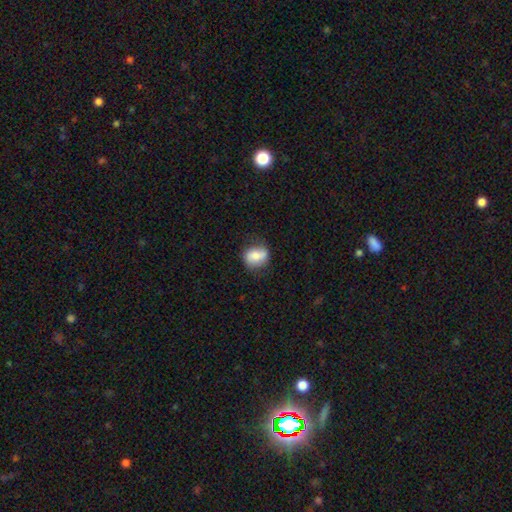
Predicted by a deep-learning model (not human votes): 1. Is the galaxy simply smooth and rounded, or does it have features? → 64% smooth, 28% featured or disk, 8% star or artifact.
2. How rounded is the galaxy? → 51% round, 47% in between, 2% cigar-shaped.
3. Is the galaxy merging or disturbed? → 66% none, 24% minor disturbance, 7% major disturbance, 3% merger.